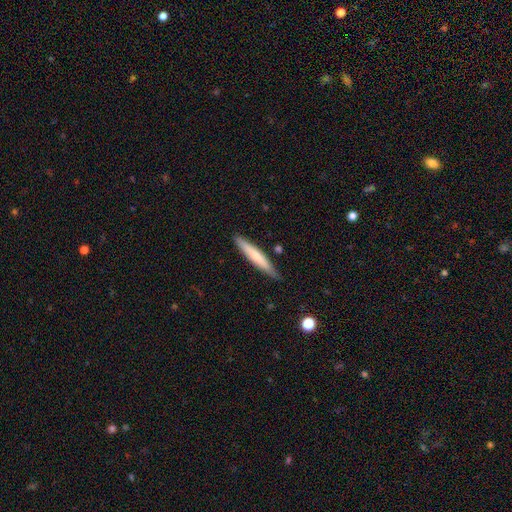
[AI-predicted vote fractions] Q: Smooth or featured?
A: smooth (65%); runner-up: featured or disk (30%)
Q: How rounded?
A: cigar-shaped (94%); runner-up: in between (5%)
Q: Merging?
A: none (85%); runner-up: minor disturbance (12%)